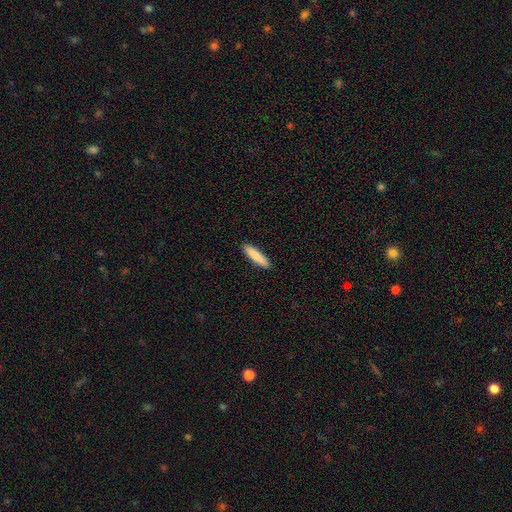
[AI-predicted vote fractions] A smooth galaxy with no disk features (86%) that is cigar-shaped (84%).

Vote fractions:
- Smooth or featured? smooth: 86% / featured or disk: 8% / star or artifact: 5%
- How rounded? cigar-shaped: 84% / in between: 15% / round: 1%
- Merging? none: 91% / minor disturbance: 6% / major disturbance: 1% / merger: 1%